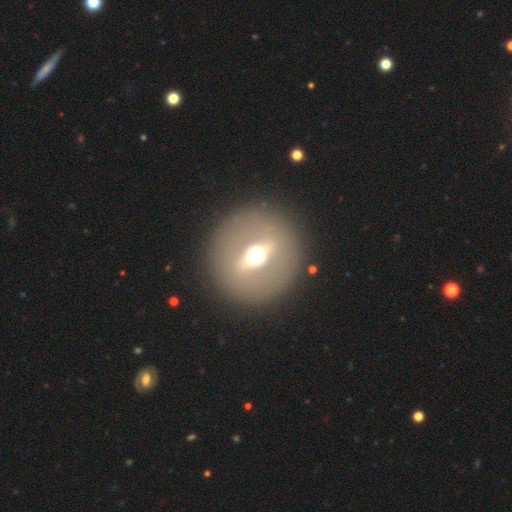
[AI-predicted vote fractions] smooth_or_featured: featured or disk (p=0.61) [alt: smooth p=0.28]
disk_edge_on: no (p=0.65) [alt: yes p=0.35]
merging: none (p=0.88) [alt: minor disturbance p=0.07]